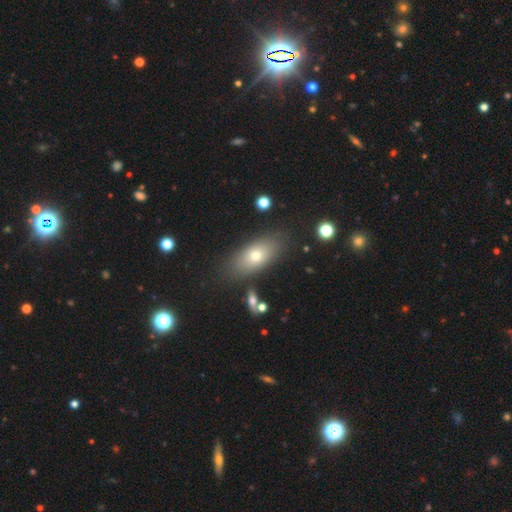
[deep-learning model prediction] Smooth or featured? Predicted: smooth (p=0.68). How rounded? Predicted: in between (p=0.81). Merging? Predicted: none (p=0.82).